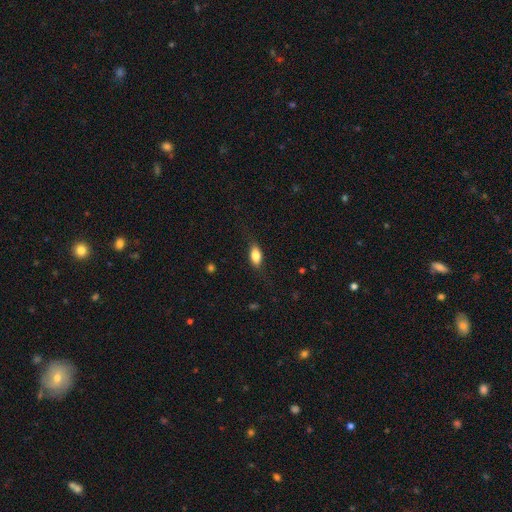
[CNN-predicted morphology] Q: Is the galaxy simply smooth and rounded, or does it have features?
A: smooth — 79%.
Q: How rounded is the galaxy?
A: in between — 84%.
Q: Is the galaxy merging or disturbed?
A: none — 77%.